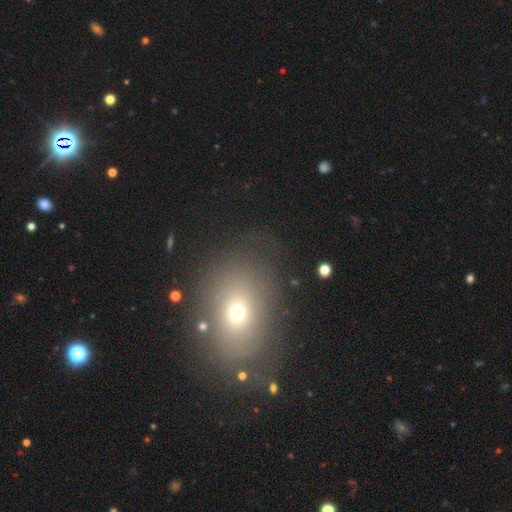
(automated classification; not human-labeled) Smooth or featured: smooth — 61% (star or artifact — 22%)
How rounded: in between — 67% (round — 32%)
Merging: none — 81% (minor disturbance — 11%)